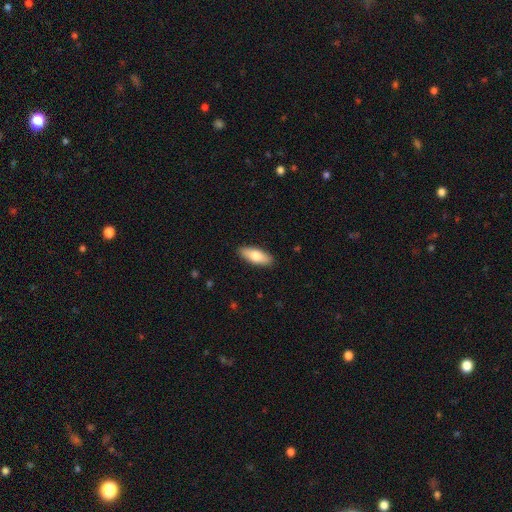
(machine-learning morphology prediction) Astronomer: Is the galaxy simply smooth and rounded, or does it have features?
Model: smooth — 78%.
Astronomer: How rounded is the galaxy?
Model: in between — 74%.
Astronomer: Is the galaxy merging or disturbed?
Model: none — 90%.